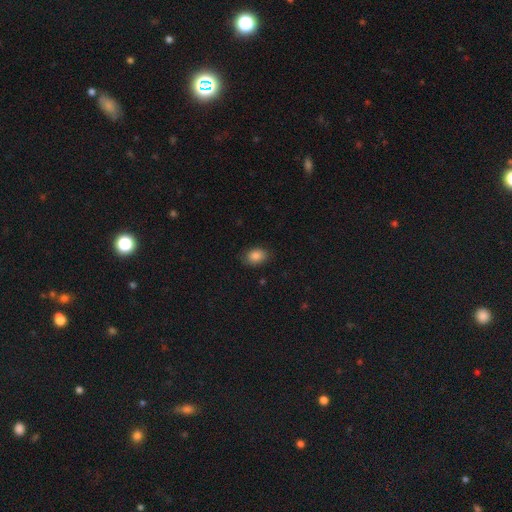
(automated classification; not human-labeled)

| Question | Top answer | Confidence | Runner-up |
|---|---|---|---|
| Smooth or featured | smooth | 87% | star or artifact (8%) |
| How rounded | in between | 78% | round (21%) |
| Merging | none | 83% | minor disturbance (13%) |